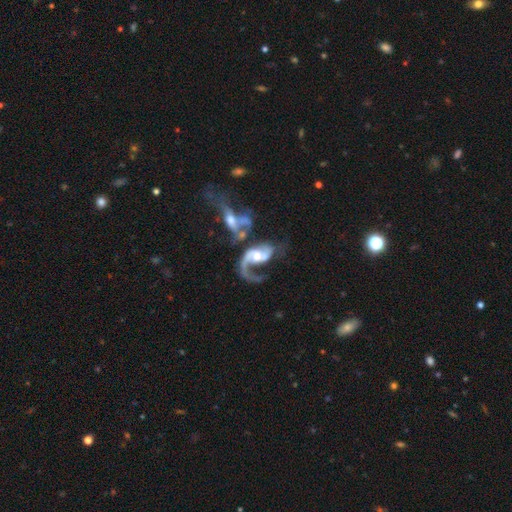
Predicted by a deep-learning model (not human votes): The model was most divided on "spiral arm count": 1: 48%, 2: 45%, can't tell: 4%, 3: 2%, 4: 1%, more than 4: 1%. Remaining: edge-on disk — no (97%); spiral arms — yes (94%); smooth or featured — featured or disk (86%); bulge size — moderate (62%); spiral winding — loose (54%); bar — no (51%); merging — merger (46%).